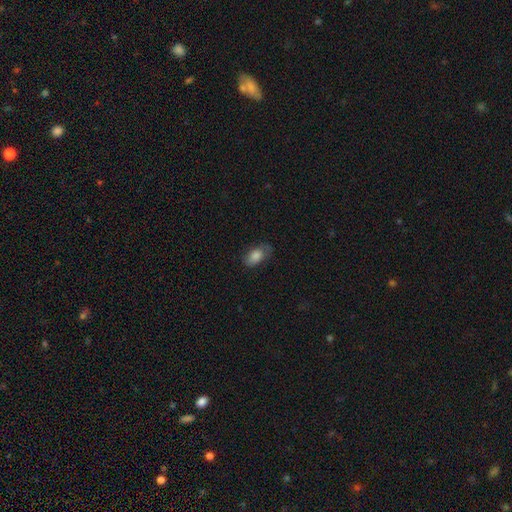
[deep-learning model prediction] A smooth galaxy with no disk features (79%) that is in between round and cigar-shaped (89%). Merging: none (66%).